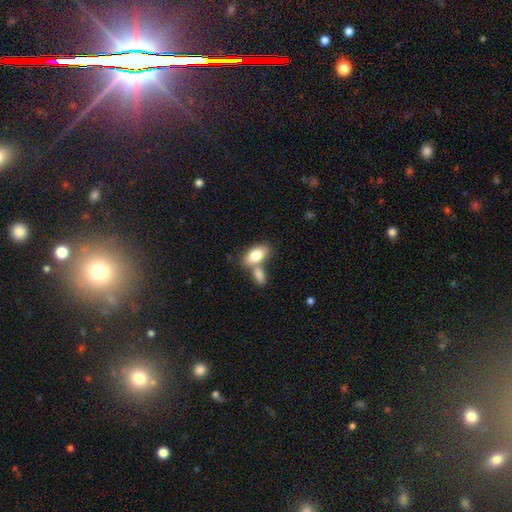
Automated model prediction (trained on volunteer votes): Q: Smooth or featured?
A: smooth (80%); runner-up: featured or disk (14%)
Q: How rounded?
A: in between (90%); runner-up: cigar-shaped (5%)
Q: Merging?
A: merger (44%); runner-up: none (42%)